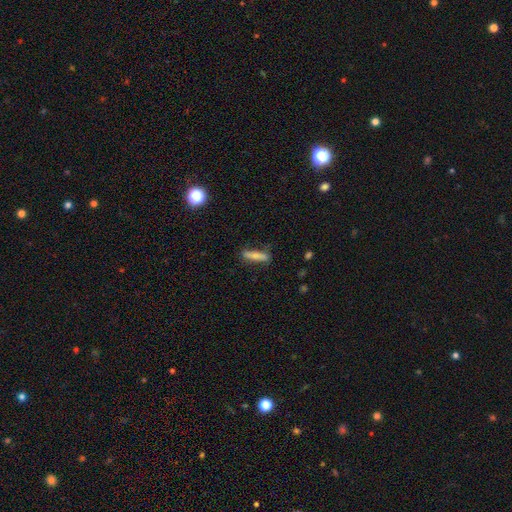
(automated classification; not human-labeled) Smooth or featured?
  - smooth: 70% *
  - featured or disk: 22%
  - star or artifact: 8%
How rounded?
  - cigar-shaped: 82% *
  - in between: 16%
  - round: 2%
Merging?
  - none: 78% *
  - minor disturbance: 16%
  - major disturbance: 4%
  - merger: 2%